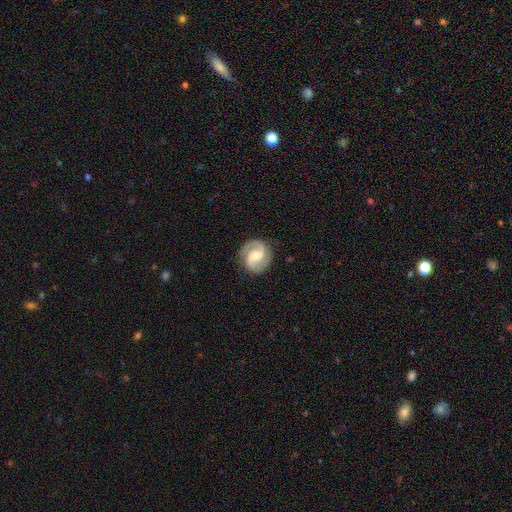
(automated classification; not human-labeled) A featured or disk galaxy (87%) with a weak bar (46%), 2 (92%) medium (54%) spiral arms (98%) and a moderate central bulge (54%). Merging: none (86%).